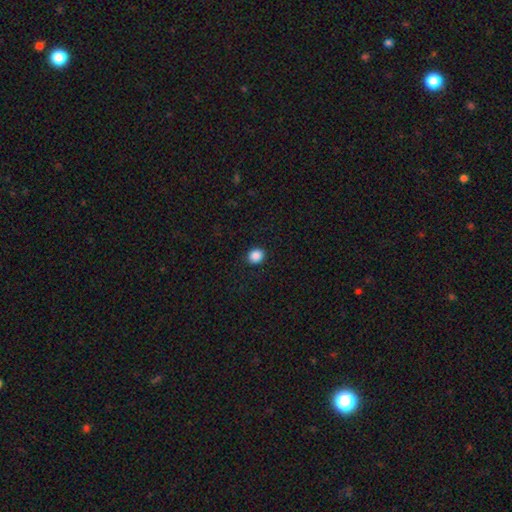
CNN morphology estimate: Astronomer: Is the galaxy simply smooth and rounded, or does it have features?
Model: smooth — 88%.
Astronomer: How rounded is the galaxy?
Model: round — 78%.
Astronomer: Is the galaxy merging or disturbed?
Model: none — 92%.